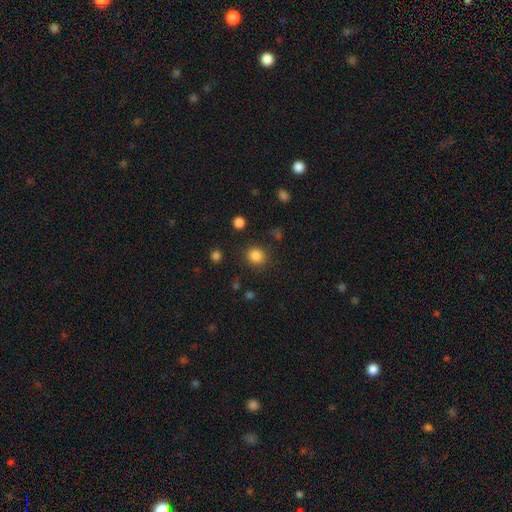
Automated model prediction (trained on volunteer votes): The model was most divided on "how rounded": round: 84%, in between: 15%, cigar-shaped: 1%. More confident: merging — none (86%); smooth or featured — smooth (85%).